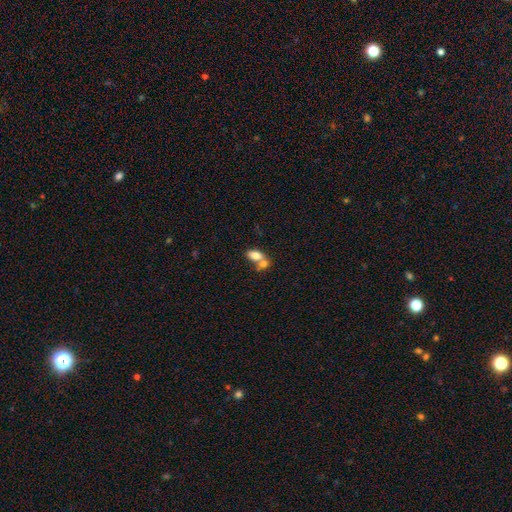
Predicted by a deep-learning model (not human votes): smooth-or-featured: smooth: 77% | featured or disk: 15% | star or artifact: 8%
  how-rounded: in between: 85% | round: 12% | cigar-shaped: 3%
  merging: merger: 58% | none: 30% | minor disturbance: 8% | major disturbance: 4%